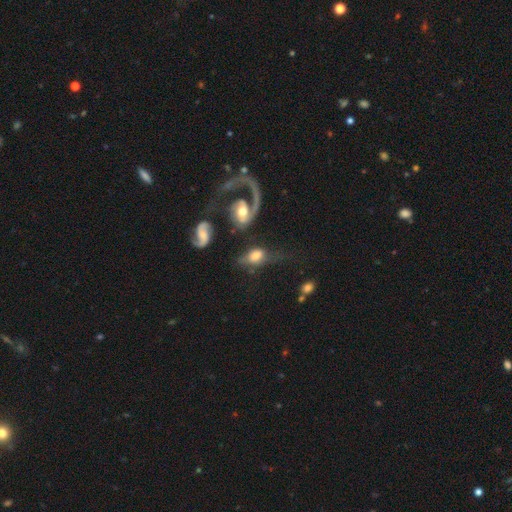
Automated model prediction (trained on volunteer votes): Smooth or featured?
  - smooth: 57% *
  - featured or disk: 34%
  - star or artifact: 9%
How rounded?
  - in between: 71% *
  - round: 26%
  - cigar-shaped: 3%
Merging?
  - none: 36% *
  - major disturbance: 26%
  - merger: 20%
  - minor disturbance: 19%